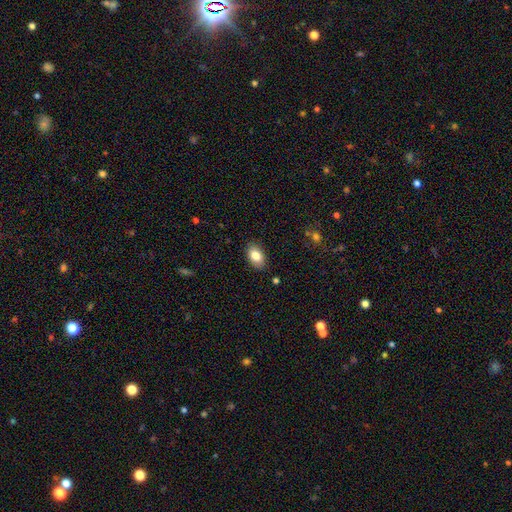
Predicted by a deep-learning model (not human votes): Smooth or featured? Predicted: smooth (p=0.84). How rounded? Predicted: in between (p=0.91). Merging? Predicted: none (p=0.87).